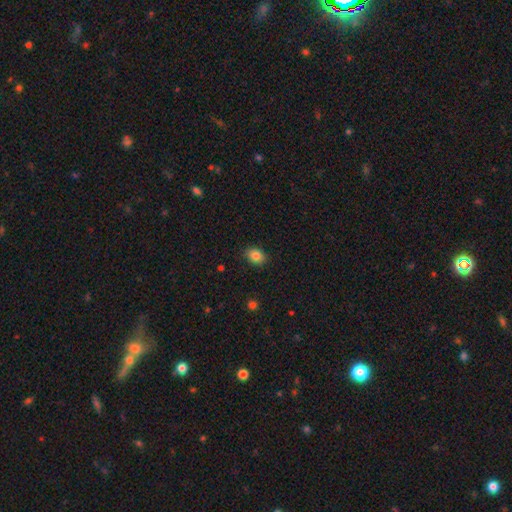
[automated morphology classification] A smooth galaxy with no disk features (84%) that is in between round and cigar-shaped (66%). Merging: none (87%).